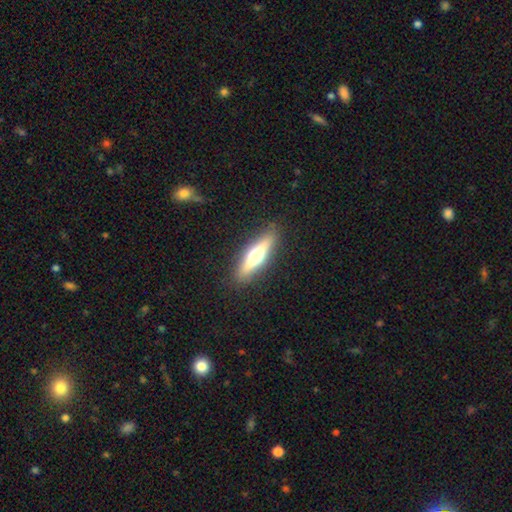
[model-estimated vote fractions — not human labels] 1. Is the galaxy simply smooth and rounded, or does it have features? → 56% featured or disk, 37% smooth, 7% star or artifact.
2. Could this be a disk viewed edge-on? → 92% yes, 8% no.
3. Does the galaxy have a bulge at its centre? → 93% rounded, 4% boxy, 3% none.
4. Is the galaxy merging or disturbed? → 88% none, 8% minor disturbance, 2% major disturbance, 1% merger.